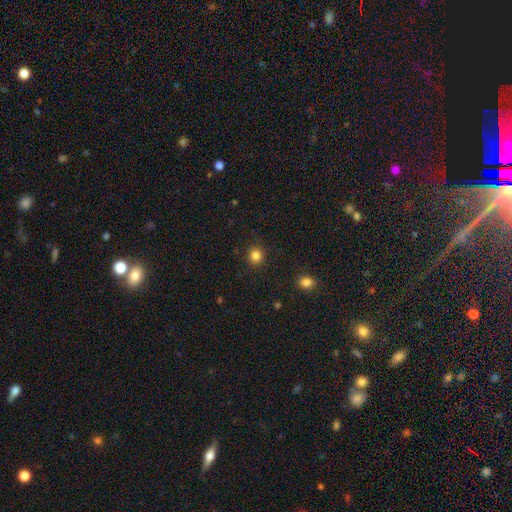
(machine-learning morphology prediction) A smooth galaxy with no disk features (83%) that is round (90%).

Vote fractions:
- Smooth or featured? smooth: 83% / star or artifact: 12% / featured or disk: 4%
- How rounded? round: 90% / in between: 9% / cigar-shaped: 1%
- Merging? none: 91% / minor disturbance: 6% / major disturbance: 2% / merger: 1%